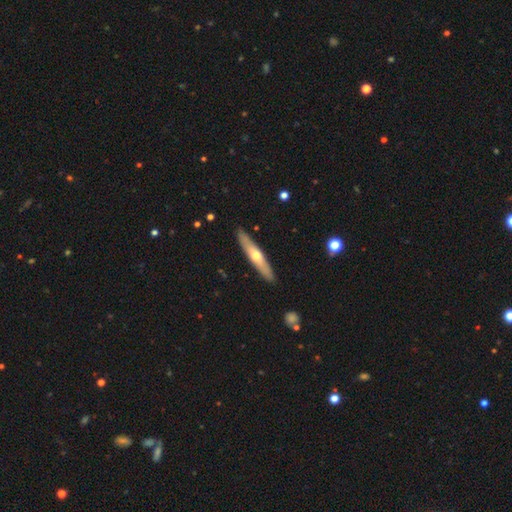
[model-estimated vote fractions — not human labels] This appears to be a featured or disk galaxy (52%) viewed edge-on (88%). Merging: none (90%).